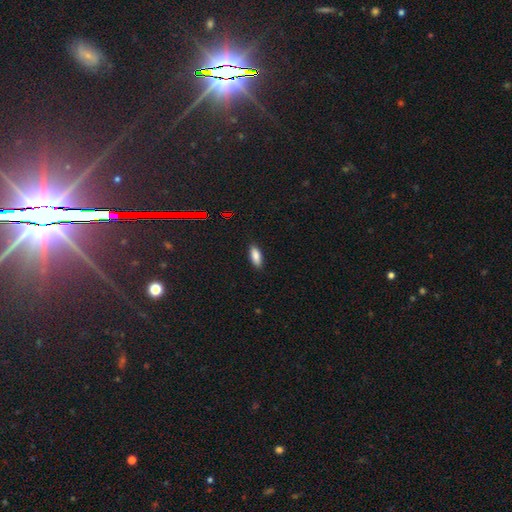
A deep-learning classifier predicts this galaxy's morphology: A smooth galaxy with no disk features (84%) that is in between round and cigar-shaped (77%).

Vote fractions:
- Smooth or featured? smooth: 84% / star or artifact: 9% / featured or disk: 7%
- How rounded? in between: 77% / cigar-shaped: 21% / round: 2%
- Merging? none: 87% / minor disturbance: 10% / major disturbance: 2% / merger: 1%